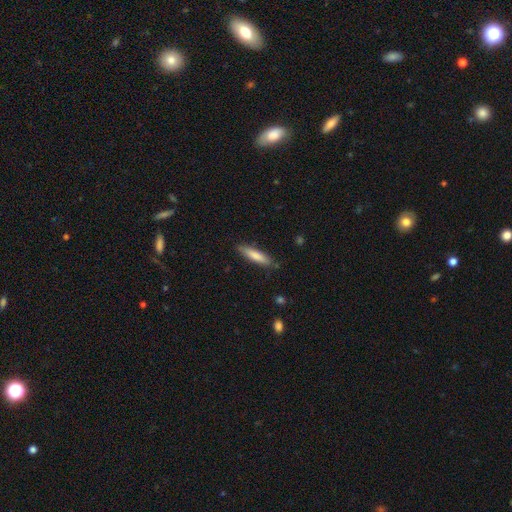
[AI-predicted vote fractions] The model was most divided on "how rounded": cigar-shaped: 79%, in between: 20%, round: 1%. More confident: merging — none (84%); smooth or featured — smooth (78%).